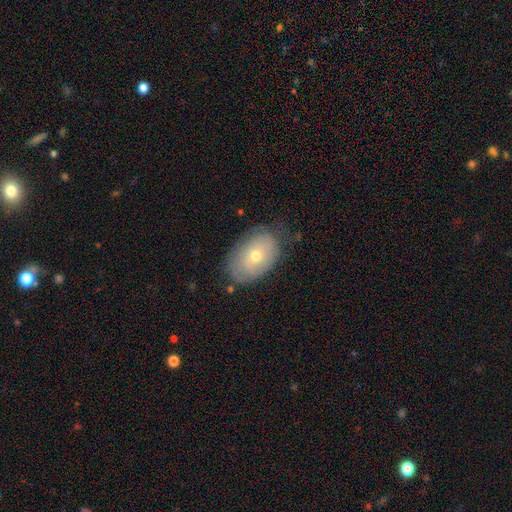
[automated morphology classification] This is possibly a smooth galaxy (56%). How rounded: clearly in between (86%). Merging: likely none (72%).